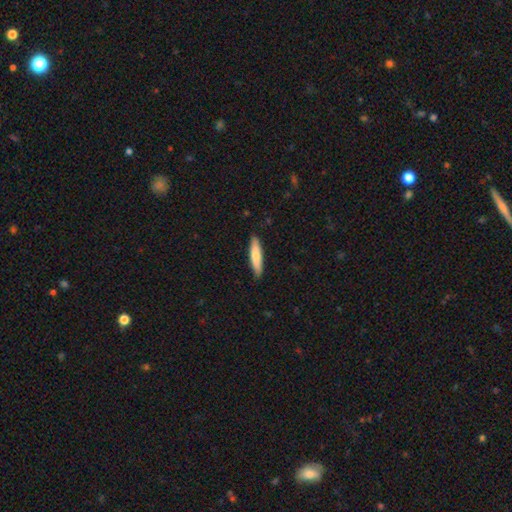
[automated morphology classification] smooth 77%, featured or disk 18%, star or artifact 5%. Down the decision tree: how rounded — cigar-shaped (82%); merging — none (89%).